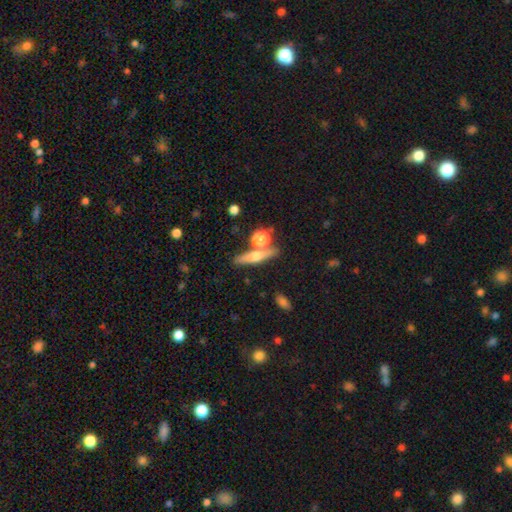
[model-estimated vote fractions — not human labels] The model was most divided on "smooth or featured": smooth: 49%, featured or disk: 41%, star or artifact: 10%. More confident: merging — none (72%).